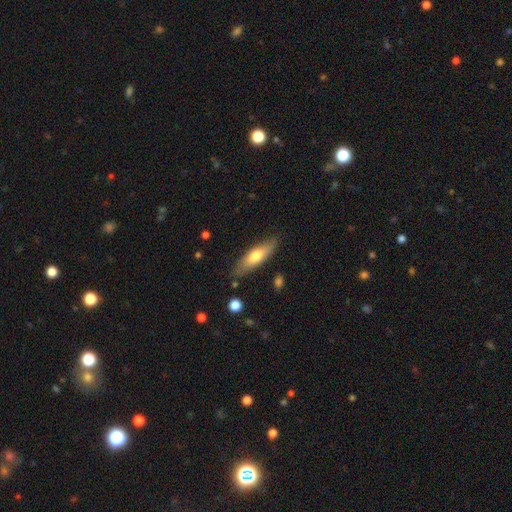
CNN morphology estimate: A smooth galaxy with no disk features (63%) that is cigar-shaped (54%).

Vote fractions:
- Smooth or featured? smooth: 63% / featured or disk: 31% / star or artifact: 6%
- How rounded? cigar-shaped: 54% / in between: 44% / round: 2%
- Merging? none: 80% / minor disturbance: 16% / major disturbance: 3% / merger: 2%